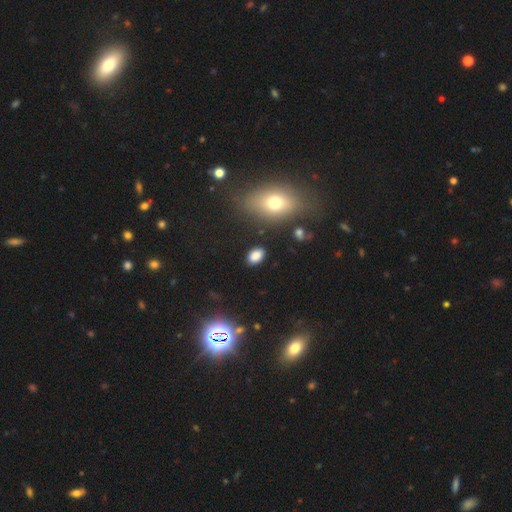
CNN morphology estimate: type=smooth (84%); roundness=in between (87%); merging=none (86%).